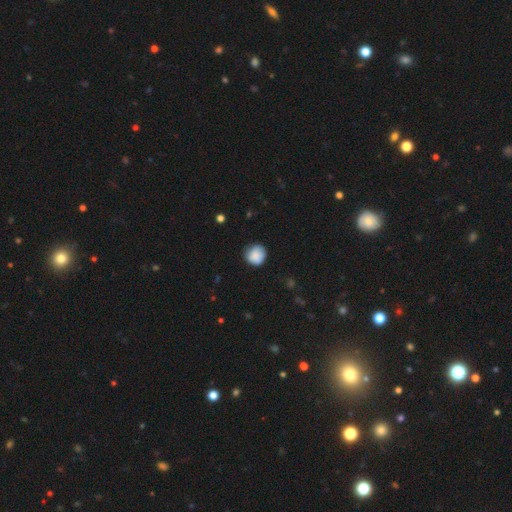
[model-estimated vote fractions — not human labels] This is clearly a smooth galaxy (86%). How rounded: clearly round (87%). Merging: likely none (73%).